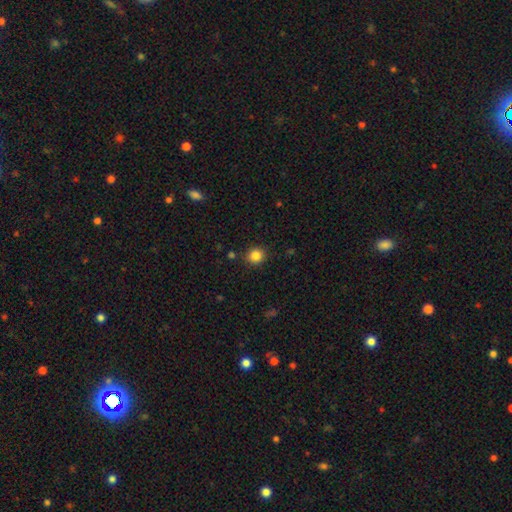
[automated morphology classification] Overall: smooth (85%). How rounded: round (86%). Merging: none (87%).